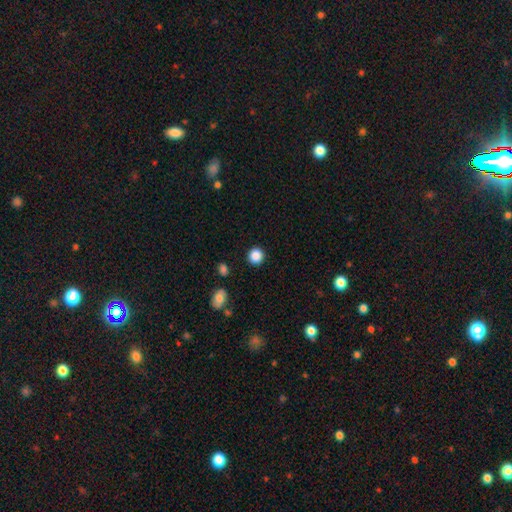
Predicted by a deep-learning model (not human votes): The model was most divided on "smooth or featured": smooth: 87%, star or artifact: 10%, featured or disk: 3%. More confident: how rounded — round (92%); merging — none (91%).